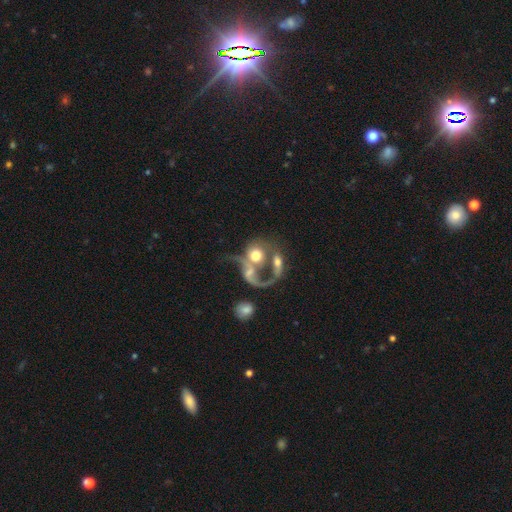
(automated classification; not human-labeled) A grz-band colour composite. It shows a featured or disk galaxy (50%). Merging: merger (61%).